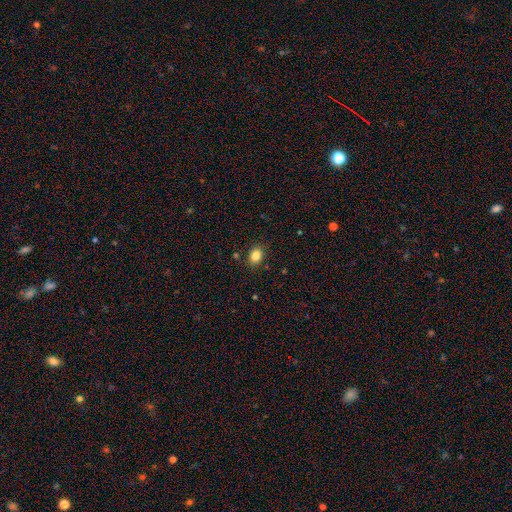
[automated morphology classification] Smooth or featured? Predicted: smooth (p=0.84). How rounded? Predicted: in between (p=0.64). Merging? Predicted: none (p=0.84).